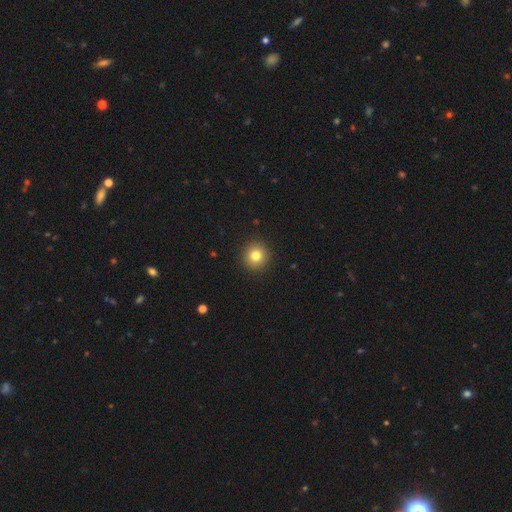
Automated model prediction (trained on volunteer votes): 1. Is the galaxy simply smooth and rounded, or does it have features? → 81% smooth, 12% star or artifact, 8% featured or disk.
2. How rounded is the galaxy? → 94% round, 5% in between, 1% cigar-shaped.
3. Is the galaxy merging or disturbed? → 93% none, 5% minor disturbance, 2% major disturbance, 1% merger.